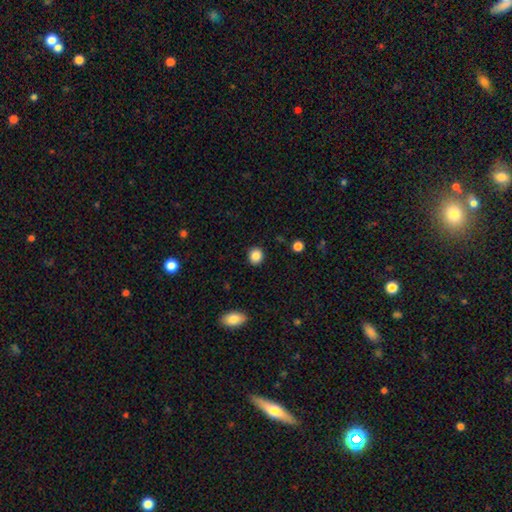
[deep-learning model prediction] Smooth or featured? smooth (86%)
How rounded? round (79%)
Merging? none (91%)